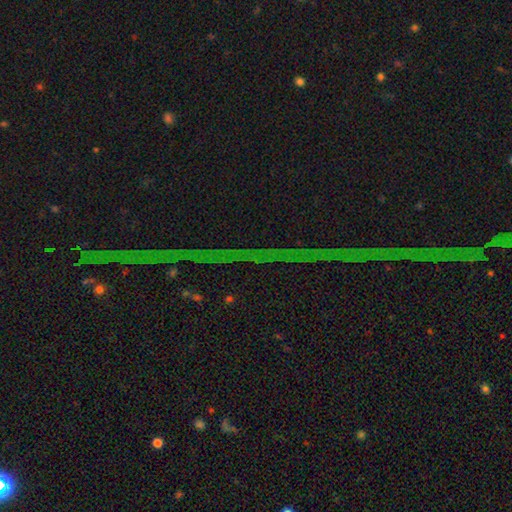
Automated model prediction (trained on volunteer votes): This appears to be a star or artifact, not a galaxy (82%).